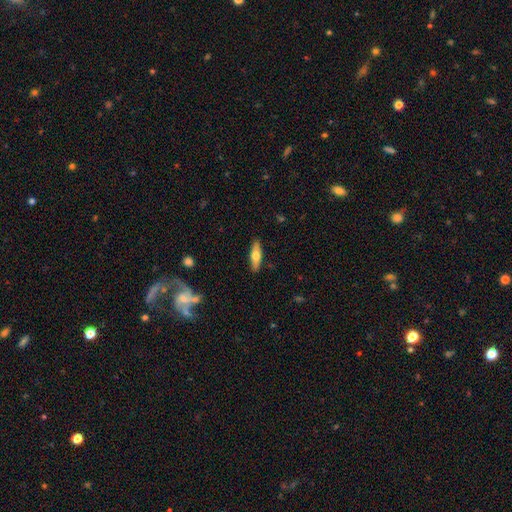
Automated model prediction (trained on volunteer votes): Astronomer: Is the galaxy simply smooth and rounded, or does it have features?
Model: smooth — 61%.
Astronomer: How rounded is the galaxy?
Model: cigar-shaped — 51% (runner-up: in between, 47%).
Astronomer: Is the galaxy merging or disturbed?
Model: none — 89%.